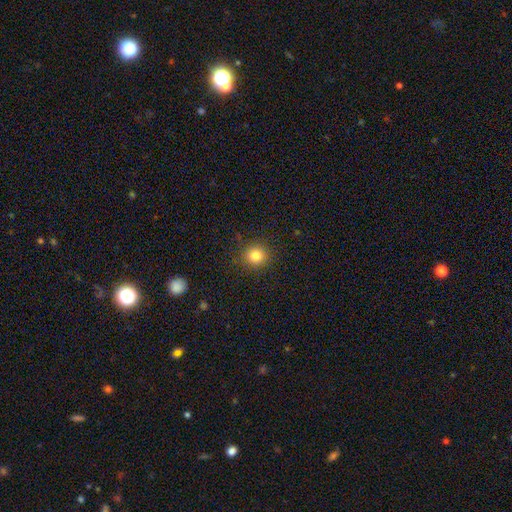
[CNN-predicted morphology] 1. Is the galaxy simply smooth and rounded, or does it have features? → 83% smooth, 12% star or artifact, 5% featured or disk.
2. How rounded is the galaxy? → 92% round, 7% in between, 1% cigar-shaped.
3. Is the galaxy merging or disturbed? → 90% none, 7% minor disturbance, 2% major disturbance, 1% merger.